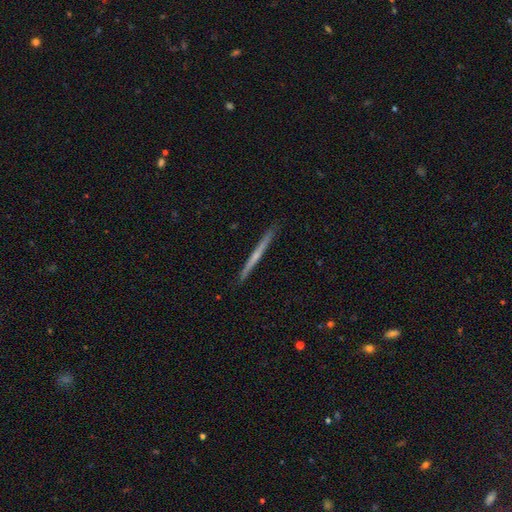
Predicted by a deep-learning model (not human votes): smooth_or_featured: featured or disk (p=0.57) [alt: smooth p=0.37]
disk_edge_on: yes (p=0.98) [alt: no p=0.02]
edge_on_bulge: none (p=0.70) [alt: rounded p=0.25]
merging: none (p=0.91) [alt: minor disturbance p=0.07]